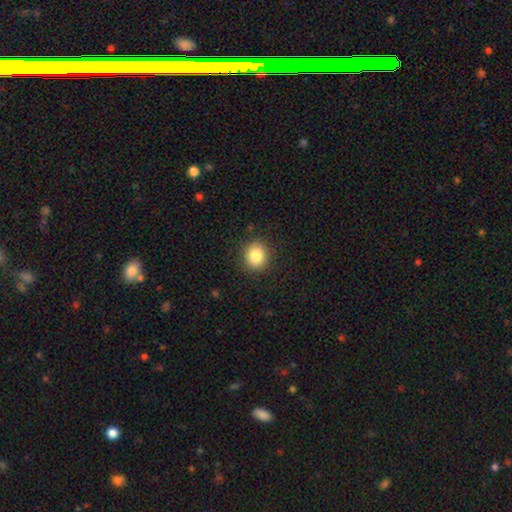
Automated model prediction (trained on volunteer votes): The model was most divided on "how rounded": round: 84%, in between: 16%, cigar-shaped: 1%. More confident: merging — none (89%); smooth or featured — smooth (84%).